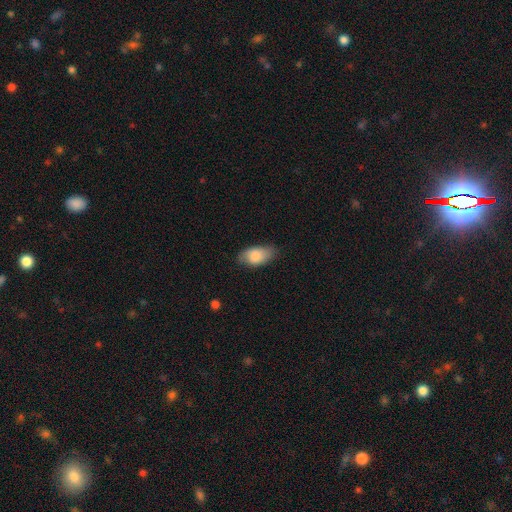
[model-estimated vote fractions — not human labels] Smooth or featured? smooth (83%)
How rounded? in between (92%)
Merging? none (72%)